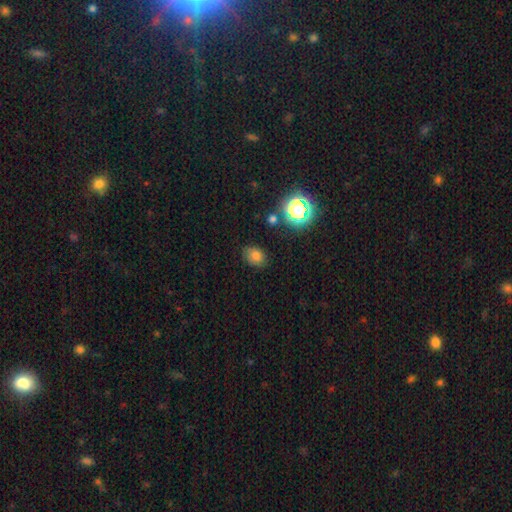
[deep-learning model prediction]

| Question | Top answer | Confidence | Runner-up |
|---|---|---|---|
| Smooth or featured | smooth | 76% | star or artifact (17%) |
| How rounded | in between | 59% | round (40%) |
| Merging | none | 78% | minor disturbance (15%) |